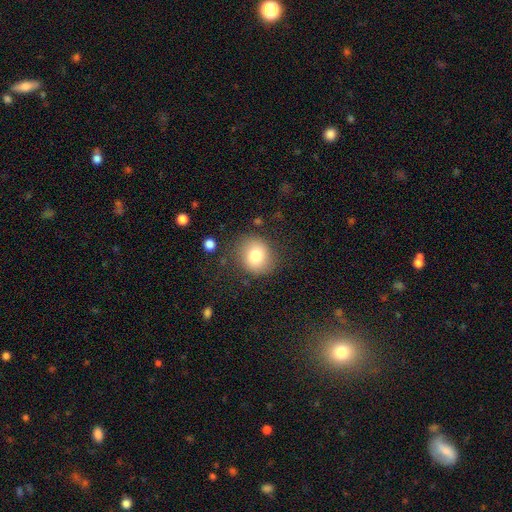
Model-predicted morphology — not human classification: smooth 79%, featured or disk 12%, star or artifact 10%. Down the decision tree: how rounded — round (81%); merging — none (80%).